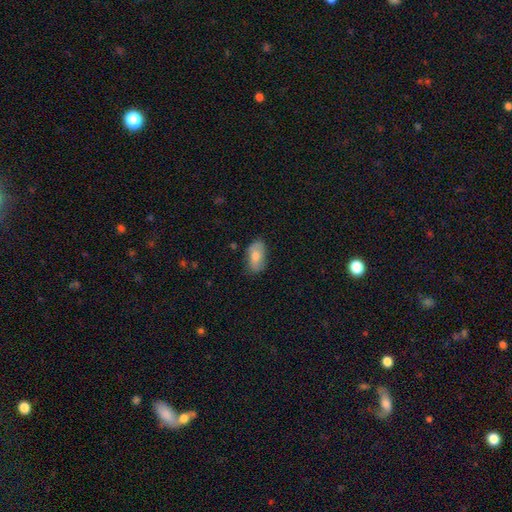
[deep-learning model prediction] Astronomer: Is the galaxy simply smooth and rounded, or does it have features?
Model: smooth — 76%.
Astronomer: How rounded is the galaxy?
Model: in between — 93%.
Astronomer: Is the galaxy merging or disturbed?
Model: none — 74%.